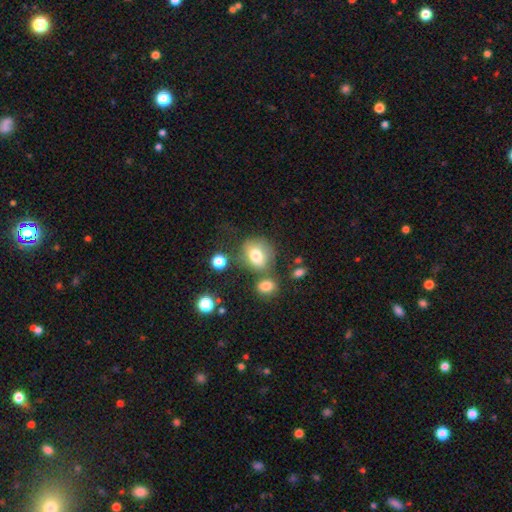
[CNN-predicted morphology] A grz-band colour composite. It shows a smooth galaxy with no disk features (74%) that is round (62%). Merging: none (52%).